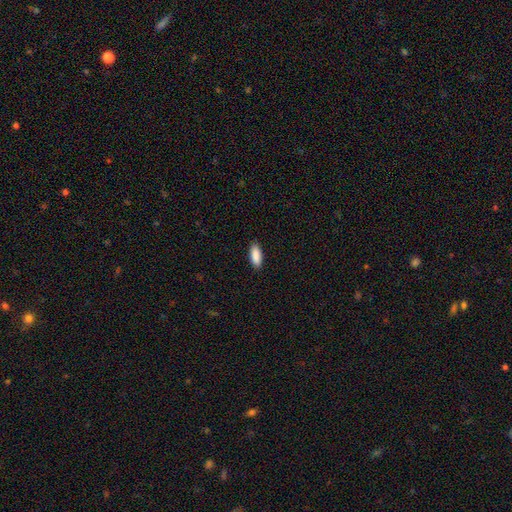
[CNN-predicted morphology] smooth 90%, star or artifact 6%, featured or disk 4%. Down the decision tree: how rounded — in between (79%); merging — none (89%).